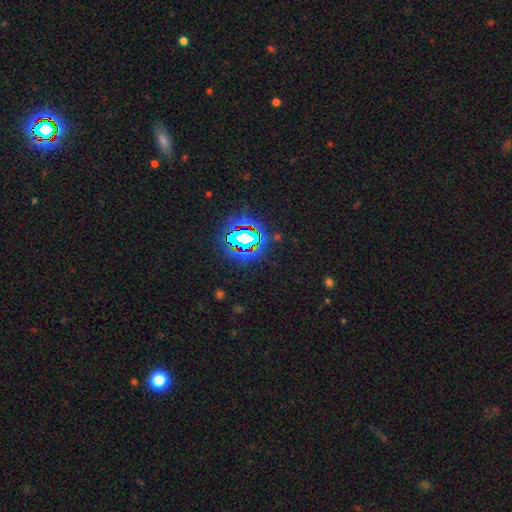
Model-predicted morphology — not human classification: type=star or artifact (80%).